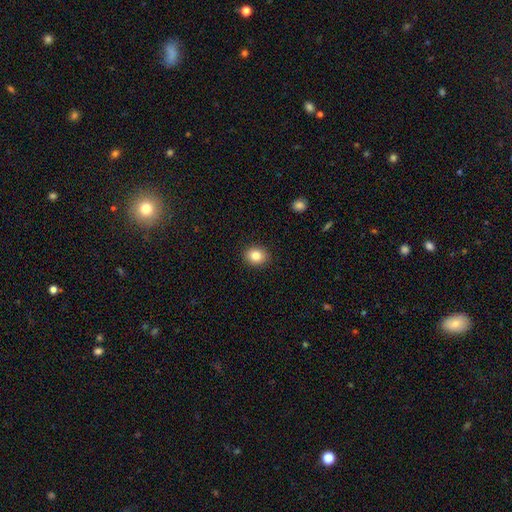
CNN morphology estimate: Smooth or featured? smooth (83%)
How rounded? round (60%)
Merging? none (91%)